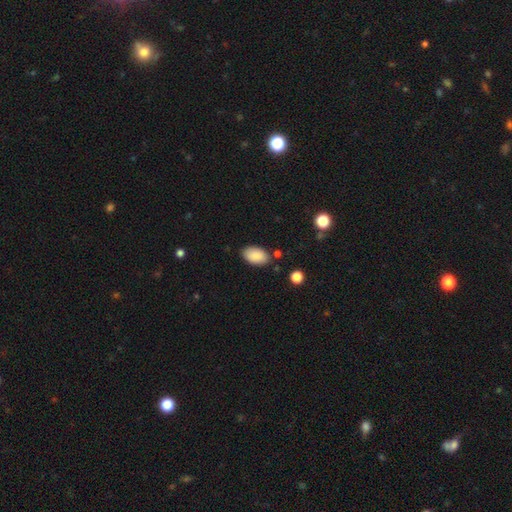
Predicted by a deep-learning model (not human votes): Morphology: type=smooth (87%); roundness=in between (94%); merging=none (82%).